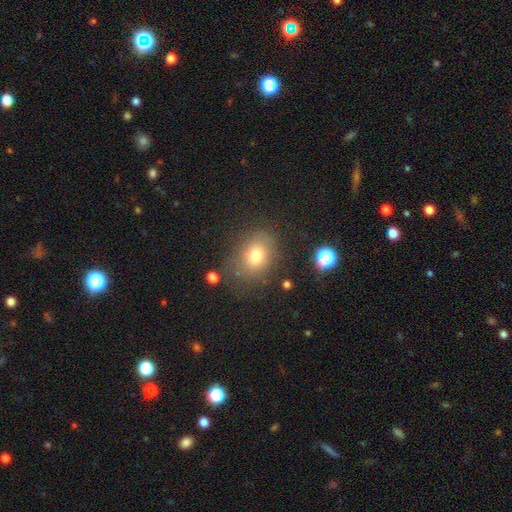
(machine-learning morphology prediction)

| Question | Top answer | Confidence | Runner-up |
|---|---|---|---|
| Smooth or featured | smooth | 72% | star or artifact (14%) |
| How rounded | in between | 50% | round (49%) |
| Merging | none | 72% | minor disturbance (17%) |